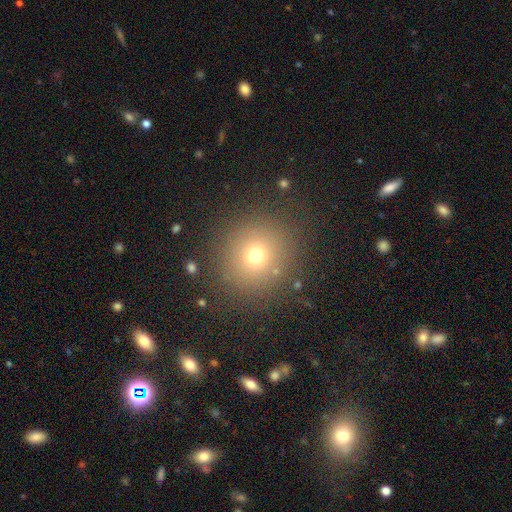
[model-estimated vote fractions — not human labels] Smooth or featured? Predicted: smooth (p=0.70). How rounded? Predicted: round (p=0.91). Merging? Predicted: none (p=0.87).